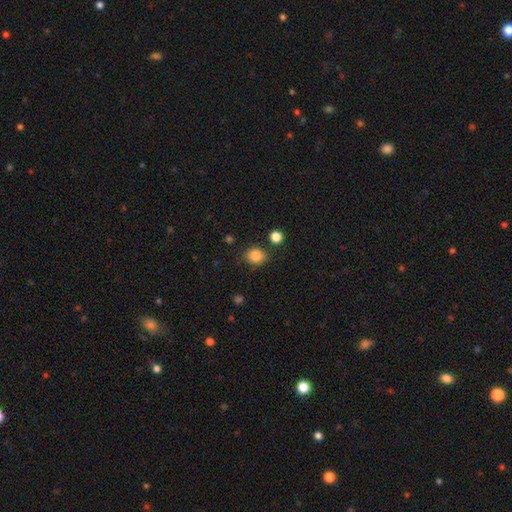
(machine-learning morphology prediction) The model was most divided on "how rounded": round: 70%, in between: 29%, cigar-shaped: 1%. More confident: smooth or featured — smooth (84%); merging — none (80%).